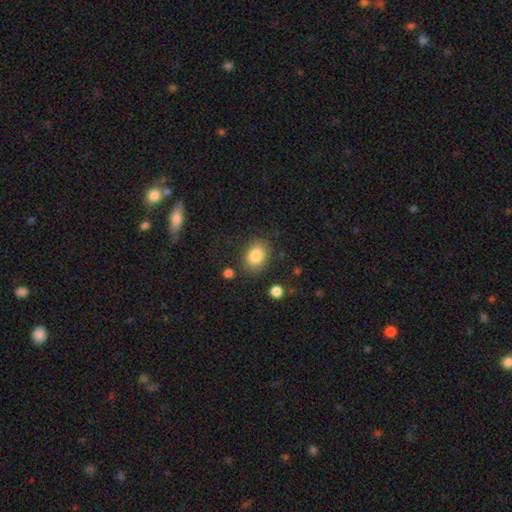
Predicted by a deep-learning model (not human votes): Smooth or featured: smooth — 85% (star or artifact — 8%)
How rounded: in between — 65% (round — 34%)
Merging: none — 81% (minor disturbance — 12%)